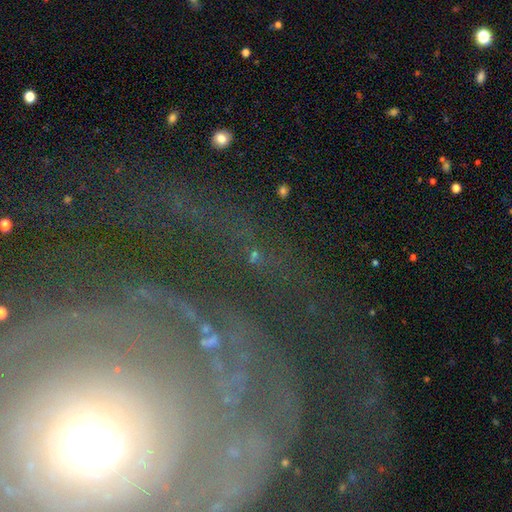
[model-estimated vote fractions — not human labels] This is marginally a featured or disk galaxy (43%). Merging: likely none (61%).